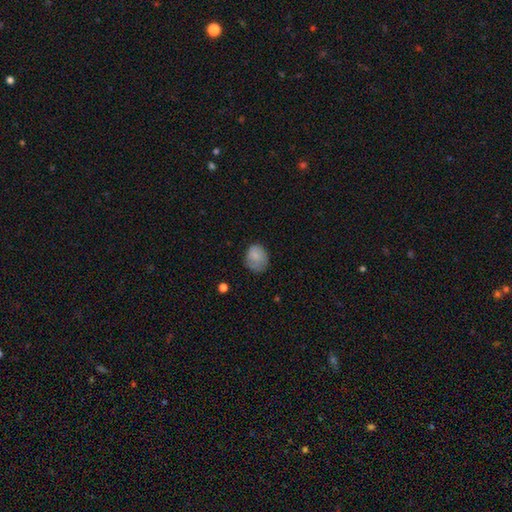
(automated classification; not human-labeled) A smooth galaxy with no disk features (80%) that is round (56%). Merging: none (59%).